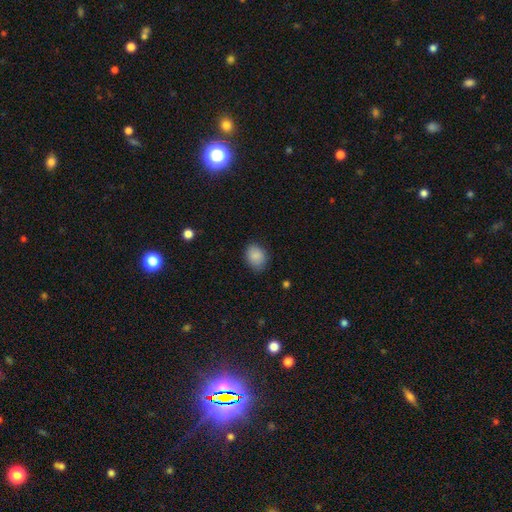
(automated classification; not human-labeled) smooth_or_featured: smooth (p=0.88) [alt: star or artifact p=0.08]
how_rounded: in between (p=0.56) [alt: round p=0.43]
merging: none (p=0.80) [alt: minor disturbance p=0.16]